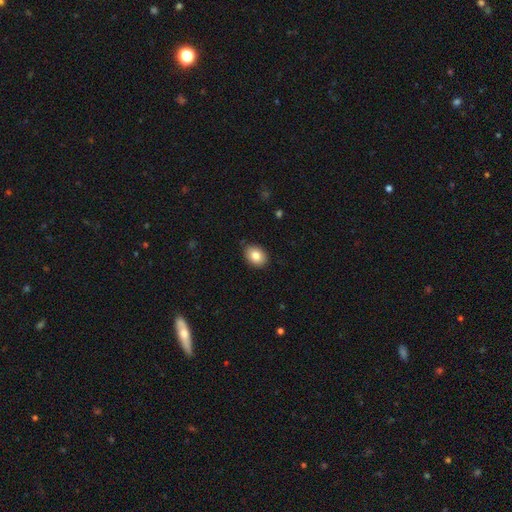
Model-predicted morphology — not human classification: A smooth galaxy with no disk features (83%) that is in between round and cigar-shaped (68%).

Vote fractions:
- Smooth or featured? smooth: 83% / featured or disk: 9% / star or artifact: 8%
- How rounded? in between: 68% / round: 31% / cigar-shaped: 1%
- Merging? none: 85% / minor disturbance: 11% / major disturbance: 2% / merger: 1%